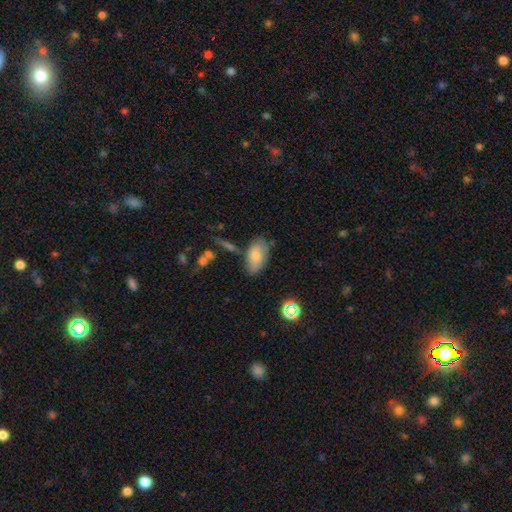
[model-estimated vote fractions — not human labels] smooth_or_featured: smooth (p=0.74) [alt: featured or disk p=0.17]
how_rounded: in between (p=0.92) [alt: round p=0.05]
merging: none (p=0.63) [alt: minor disturbance p=0.23]